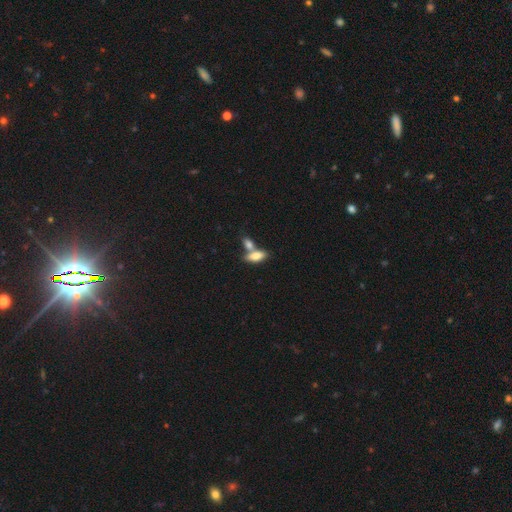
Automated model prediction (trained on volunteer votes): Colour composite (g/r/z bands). It shows a smooth galaxy with no disk features (75%) that is in between round and cigar-shaped (79%). Merging: merger (51%).